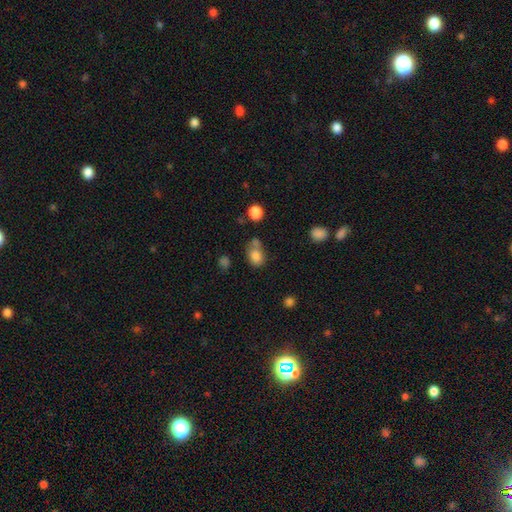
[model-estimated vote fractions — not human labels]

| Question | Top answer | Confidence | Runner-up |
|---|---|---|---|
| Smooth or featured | smooth | 81% | star or artifact (11%) |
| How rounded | in between | 59% | round (40%) |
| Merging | none | 50% | merger (24%) |